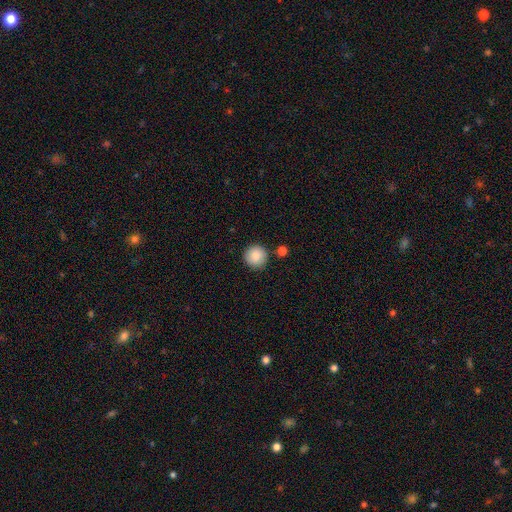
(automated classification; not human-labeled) A smooth galaxy with no disk features (87%) that is round (95%). Merging: none (86%).